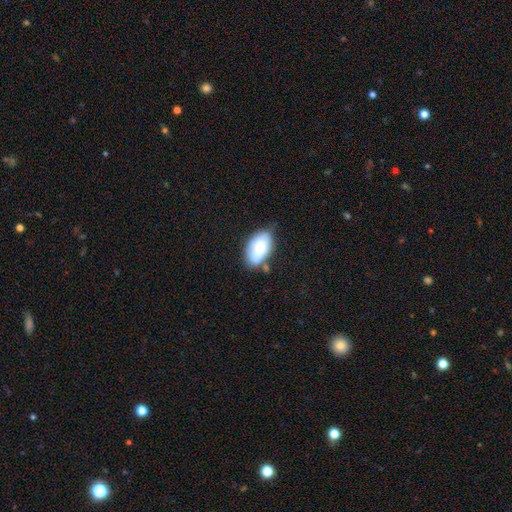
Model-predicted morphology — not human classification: Smooth or featured? smooth (76%)
How rounded? in between (93%)
Merging? none (57%)